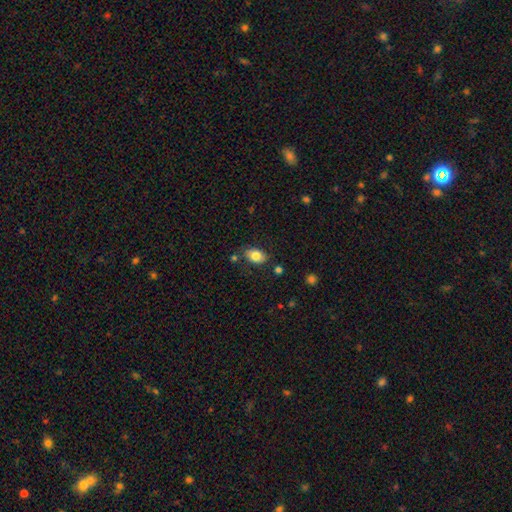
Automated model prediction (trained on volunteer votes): smooth 82%, featured or disk 10%, star or artifact 8%. Down the decision tree: how rounded — in between (87%); merging — none (78%).